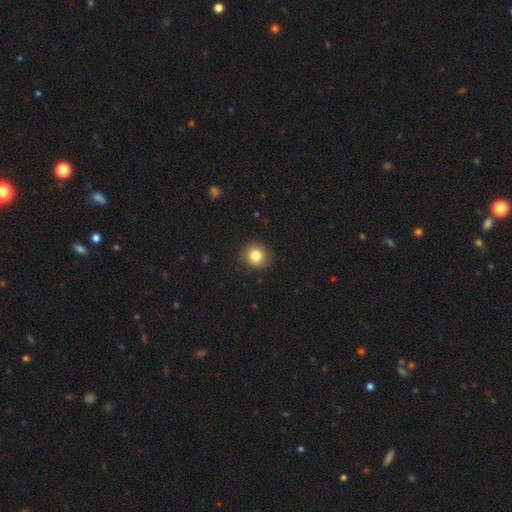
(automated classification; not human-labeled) Smooth or featured? Predicted: smooth (p=0.83). How rounded? Predicted: round (p=0.87). Merging? Predicted: none (p=0.91).